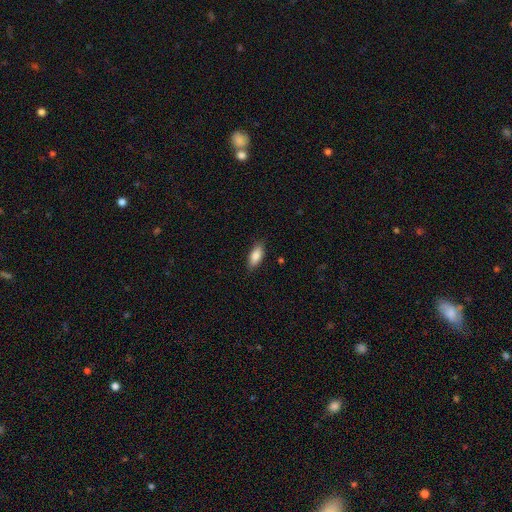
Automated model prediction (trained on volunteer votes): Smooth or featured? Predicted: smooth (p=0.85). How rounded? Predicted: in between (p=0.82). Merging? Predicted: none (p=0.83).